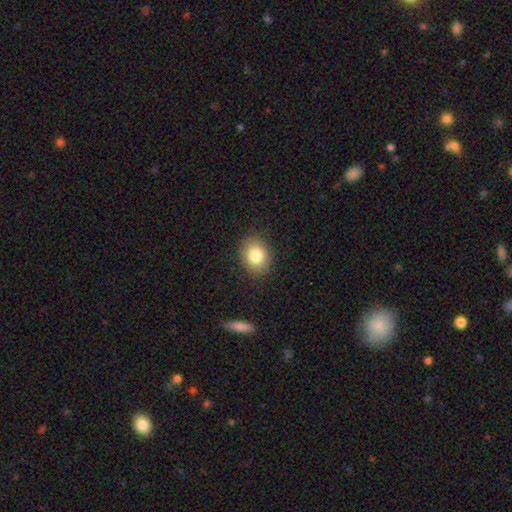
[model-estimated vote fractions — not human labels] The model was most divided on "how rounded": in between: 51%, round: 48%, cigar-shaped: 1%. More confident: merging — none (87%); smooth or featured — smooth (81%).